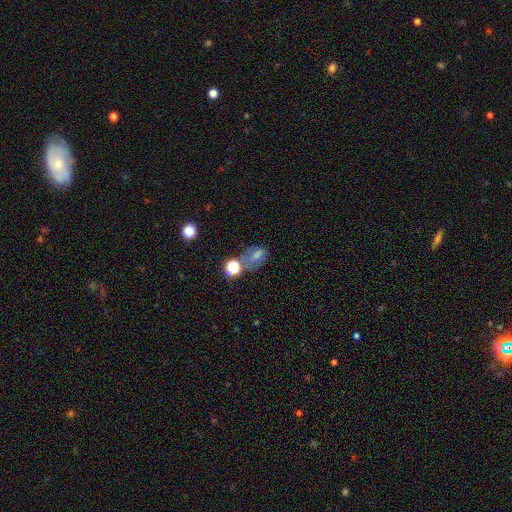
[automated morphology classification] Smooth or featured? Predicted: smooth (p=0.57). How rounded? Predicted: in between (p=0.70). Merging? Predicted: none (p=0.41).